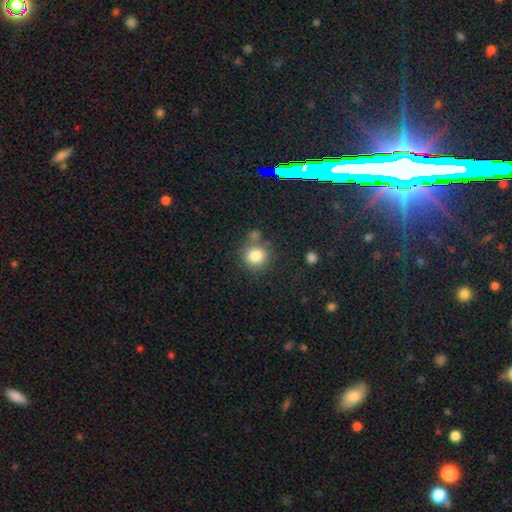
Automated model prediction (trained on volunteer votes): This appears to be a smooth galaxy with no disk features (82%) that is round (87%). Merging: none (69%).